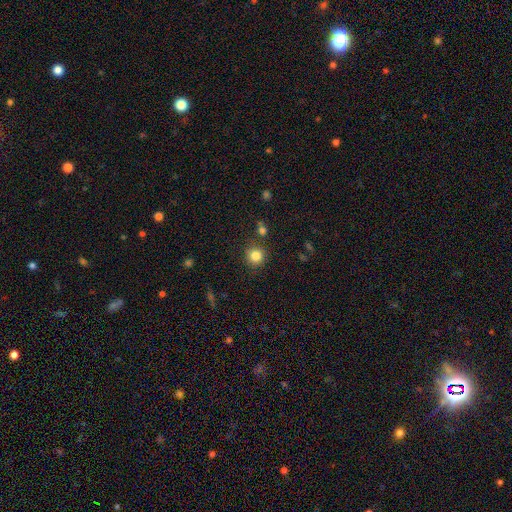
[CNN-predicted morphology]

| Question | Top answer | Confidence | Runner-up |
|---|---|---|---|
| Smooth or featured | smooth | 84% | star or artifact (12%) |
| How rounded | round | 92% | in between (7%) |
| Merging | none | 85% | minor disturbance (7%) |